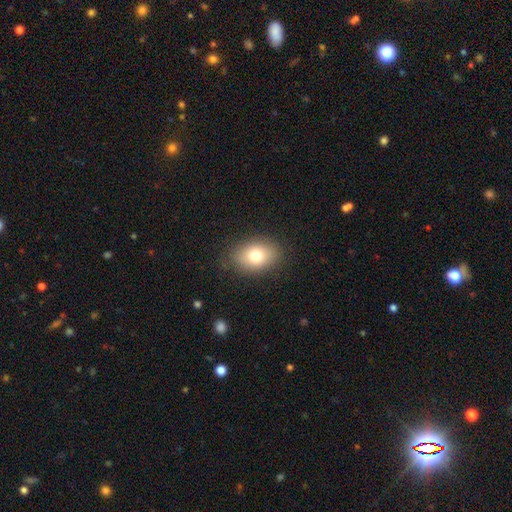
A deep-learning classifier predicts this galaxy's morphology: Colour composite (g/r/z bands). It shows a smooth galaxy with no disk features (76%) that is in between round and cigar-shaped (75%). Merging: none (85%).